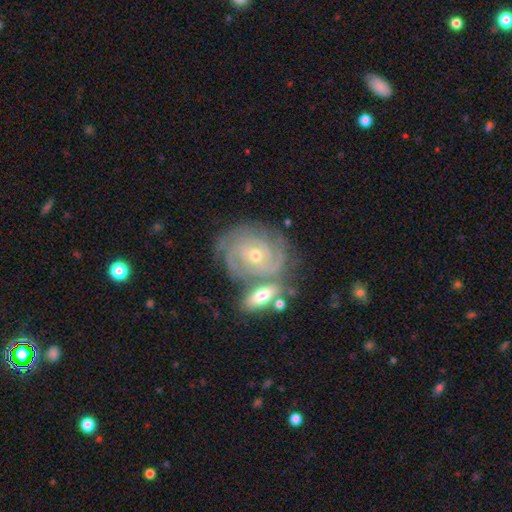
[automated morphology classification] Smooth or featured: featured or disk — 67% (star or artifact — 16%)
Edge-on disk: no — 94% (yes — 6%)
Bar: no — 70% (weak — 23%)
Spiral arms: yes — 85% (no — 15%)
Spiral winding: tight — 78% (medium — 17%)
Spiral arm count: can't tell — 44% (2 — 21%)
Bulge size: small — 55% (moderate — 41%)
Merging: none — 64% (merger — 19%)